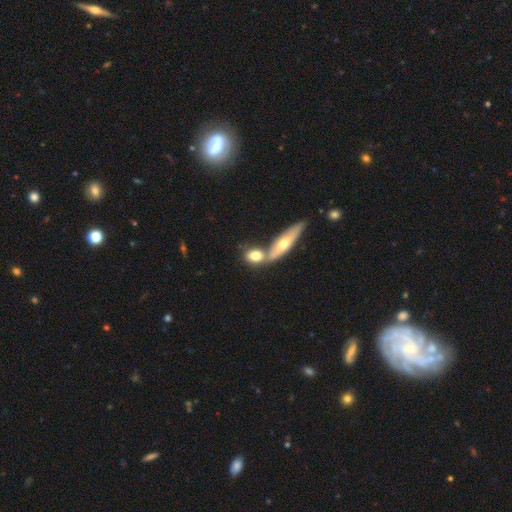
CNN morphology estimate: This is likely a smooth galaxy (70%). How rounded: possibly in between (58%). Merging: marginally merger (45%).